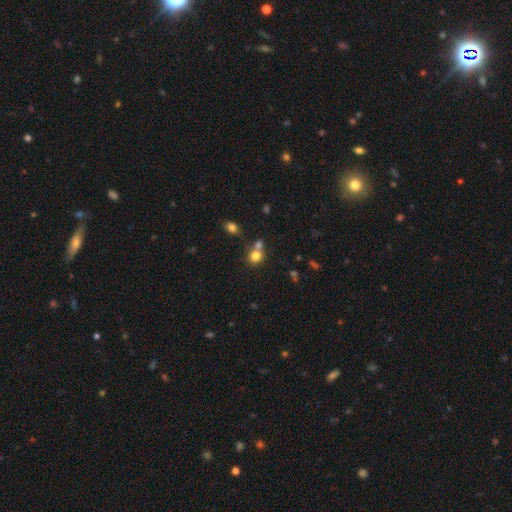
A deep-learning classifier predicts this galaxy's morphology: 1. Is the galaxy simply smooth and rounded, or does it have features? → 79% smooth, 12% star or artifact, 9% featured or disk.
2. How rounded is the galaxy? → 82% round, 17% in between, 1% cigar-shaped.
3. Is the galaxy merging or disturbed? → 50% none, 38% merger, 9% minor disturbance, 4% major disturbance.